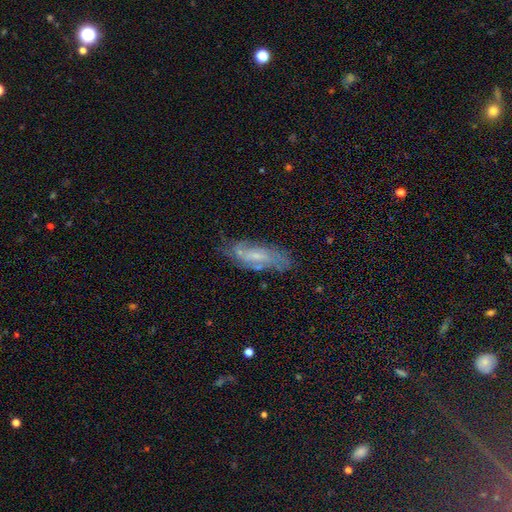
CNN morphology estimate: A featured or disk galaxy (67%) with a weak bar (47%), spiral arms (84%) and a small central bulge (57%). Merging: none (67%).